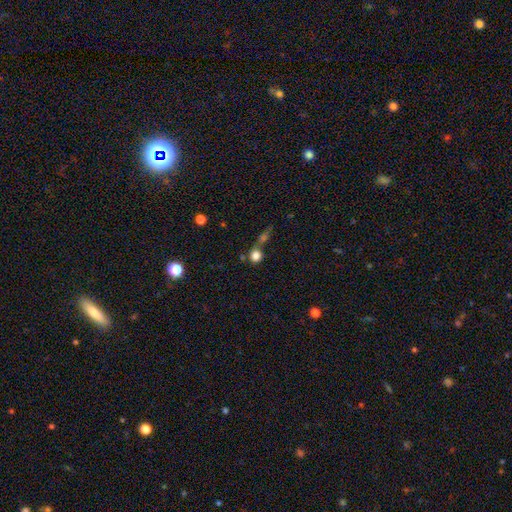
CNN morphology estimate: Smooth or featured? Predicted: smooth (p=0.79). How rounded? Predicted: round (p=0.85). Merging? Predicted: none (p=0.52).